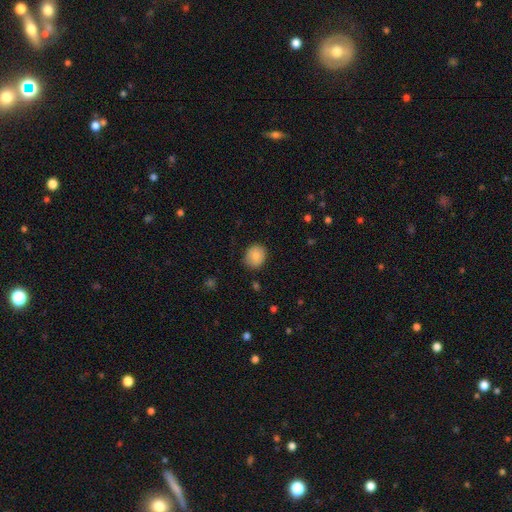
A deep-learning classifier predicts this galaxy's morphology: Overall: smooth (85%). How rounded: round (71%). Merging: none (79%).